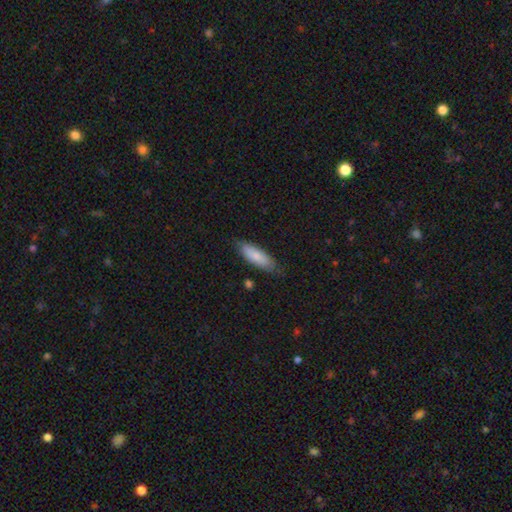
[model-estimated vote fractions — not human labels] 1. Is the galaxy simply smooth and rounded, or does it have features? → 83% smooth, 12% featured or disk, 6% star or artifact.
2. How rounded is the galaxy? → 57% in between, 41% cigar-shaped, 2% round.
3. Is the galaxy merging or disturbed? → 77% none, 18% minor disturbance, 3% major disturbance, 1% merger.